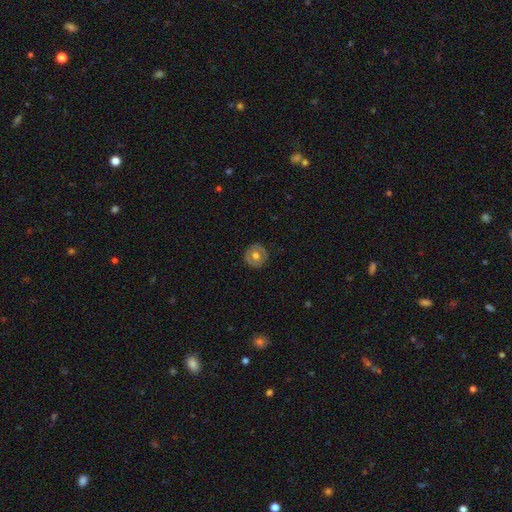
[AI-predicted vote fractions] Morphology: type=smooth (51%); roundness=round (91%); merging=none (86%).